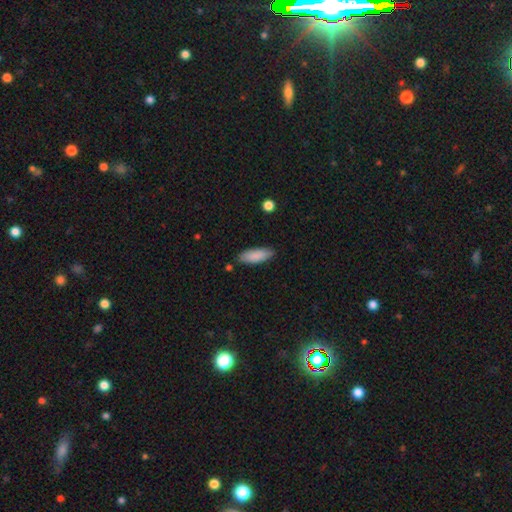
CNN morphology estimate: Overall: smooth (87%). How rounded: in between (63%; cigar-shaped 35%). Merging: none (83%).